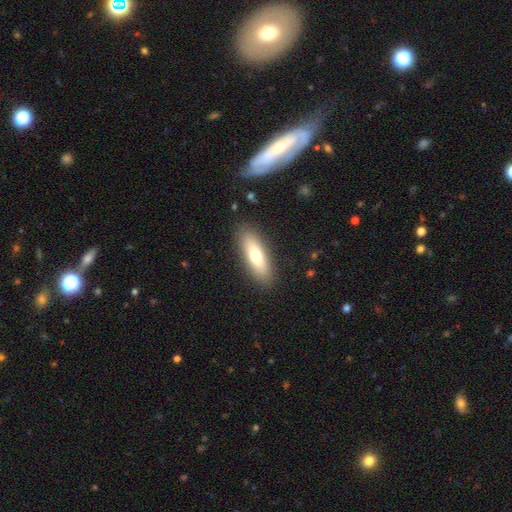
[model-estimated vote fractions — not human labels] smooth_or_featured: smooth (p=0.69) [alt: featured or disk p=0.24]
how_rounded: in between (p=0.56) [alt: cigar-shaped p=0.42]
merging: none (p=0.87) [alt: minor disturbance p=0.09]